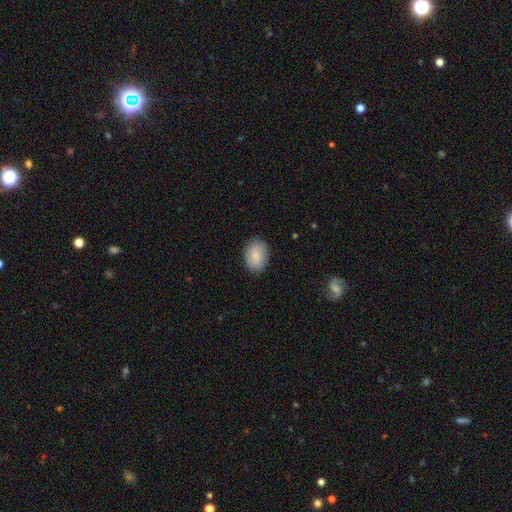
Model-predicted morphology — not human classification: type=smooth (84%); roundness=in between (74%); merging=none (85%).